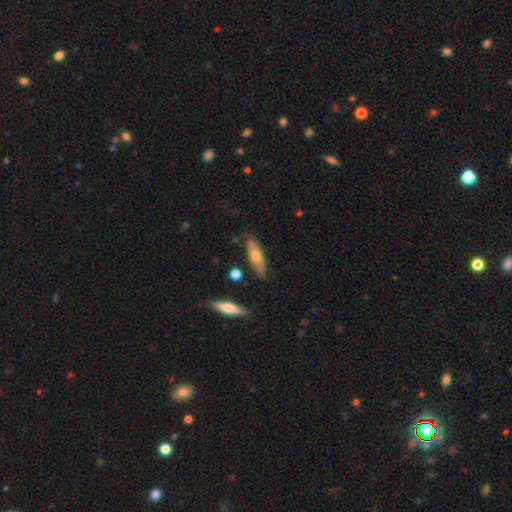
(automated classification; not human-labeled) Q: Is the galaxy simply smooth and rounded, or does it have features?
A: smooth — 61%.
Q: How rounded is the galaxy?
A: in between — 52%.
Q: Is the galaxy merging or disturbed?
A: none — 74%.